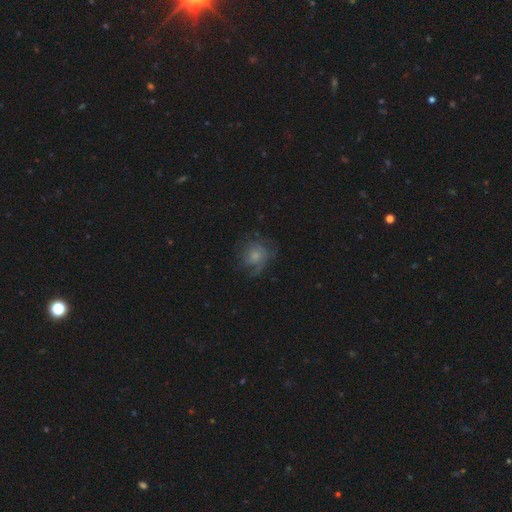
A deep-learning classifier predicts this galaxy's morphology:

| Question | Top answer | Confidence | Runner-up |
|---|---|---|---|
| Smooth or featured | featured or disk | 47% | smooth (43%) |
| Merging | none | 57% | minor disturbance (22%) |